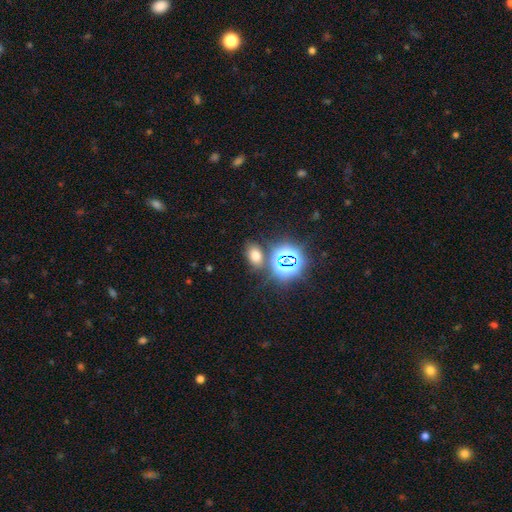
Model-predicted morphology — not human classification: smooth-or-featured: smooth: 62% | star or artifact: 31% | featured or disk: 8%
  how-rounded: in between: 79% | round: 19% | cigar-shaped: 2%
  merging: none: 75% | minor disturbance: 11% | merger: 10% | major disturbance: 4%